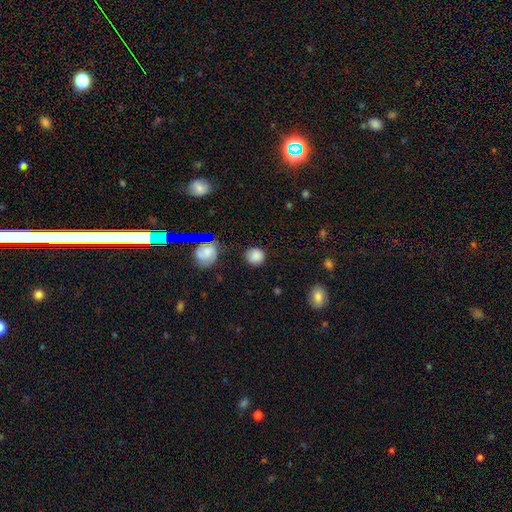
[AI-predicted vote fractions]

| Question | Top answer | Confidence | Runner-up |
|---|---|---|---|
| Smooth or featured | smooth | 81% | star or artifact (14%) |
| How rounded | round | 91% | in between (8%) |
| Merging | none | 85% | minor disturbance (10%) |